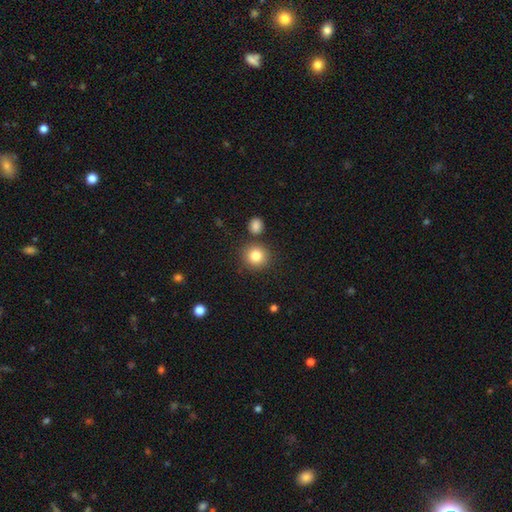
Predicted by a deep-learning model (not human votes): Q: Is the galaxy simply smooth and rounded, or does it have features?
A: smooth — 83%.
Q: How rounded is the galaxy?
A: round — 91%.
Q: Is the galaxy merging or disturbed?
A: none — 82%.